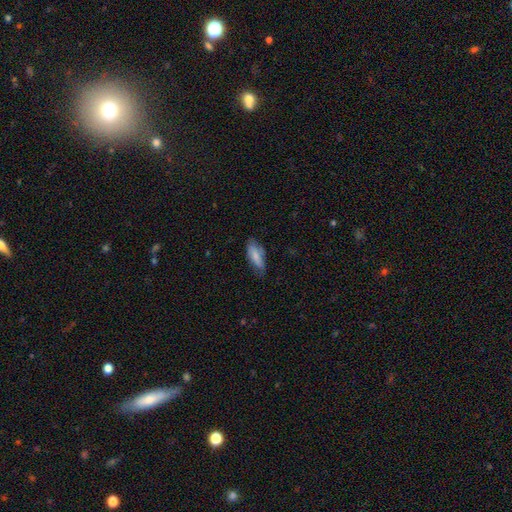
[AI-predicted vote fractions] Smooth or featured?
  - smooth: 74% *
  - featured or disk: 19%
  - star or artifact: 6%
How rounded?
  - in between: 74% *
  - cigar-shaped: 24%
  - round: 2%
Merging?
  - none: 61% *
  - minor disturbance: 30%
  - major disturbance: 8%
  - merger: 2%